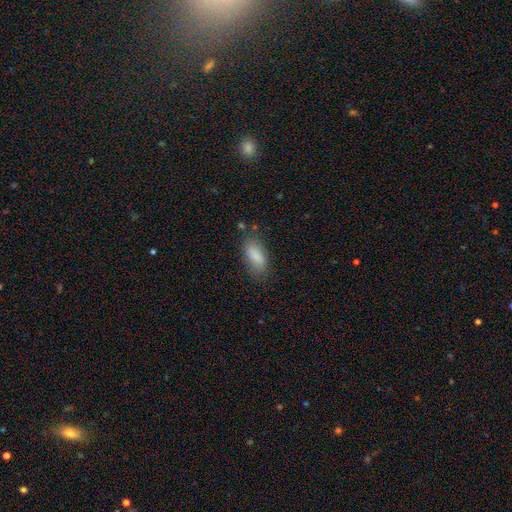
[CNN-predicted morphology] A smooth galaxy with no disk features (85%) that is in between round and cigar-shaped (85%).

Vote fractions:
- Smooth or featured? smooth: 85% / featured or disk: 8% / star or artifact: 7%
- How rounded? in between: 85% / cigar-shaped: 12% / round: 3%
- Merging? none: 72% / minor disturbance: 20% / major disturbance: 6% / merger: 2%